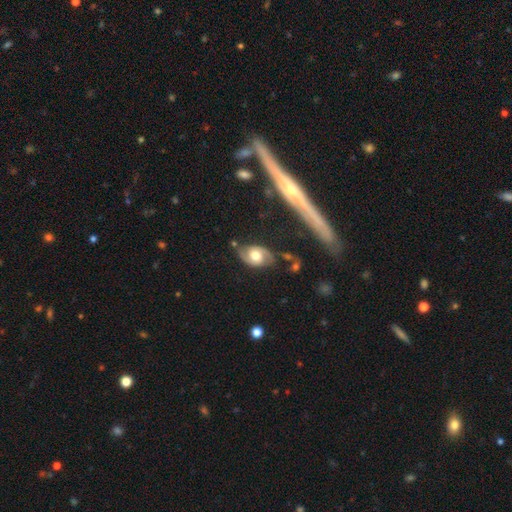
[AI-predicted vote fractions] A featured or disk galaxy (62%) with no bar (67%), spiral arms (86%) and a moderate central bulge (58%). Merging: none (72%).